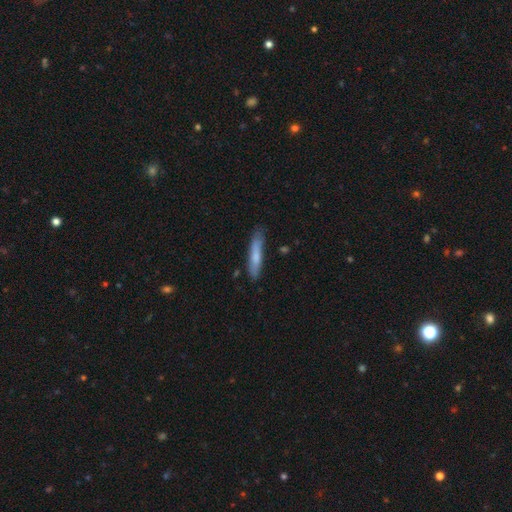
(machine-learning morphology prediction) A smooth galaxy with no disk features (69%) that is cigar-shaped (89%). Merging: none (75%).